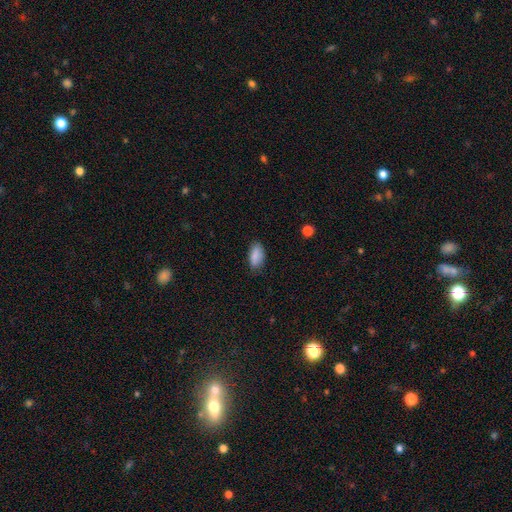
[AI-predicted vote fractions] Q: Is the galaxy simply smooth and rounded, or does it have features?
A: smooth — 88%.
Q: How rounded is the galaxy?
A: in between — 91%.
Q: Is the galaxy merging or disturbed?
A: none — 79%.